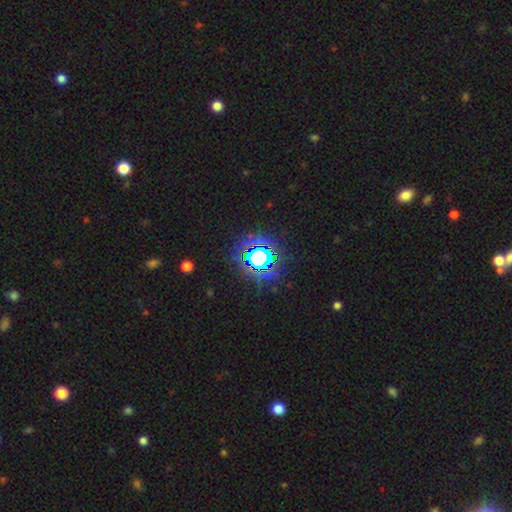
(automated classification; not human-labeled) Overall: star or artifact (76%).